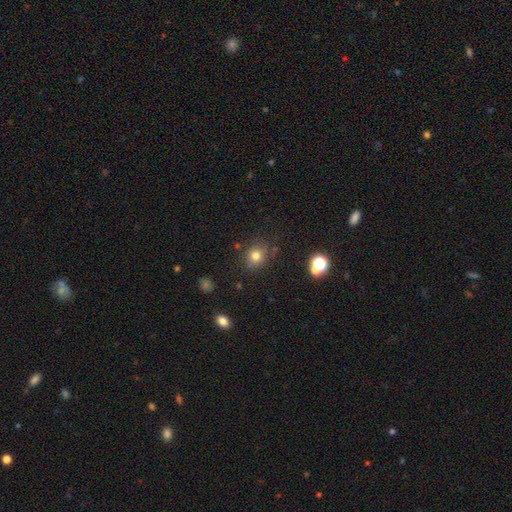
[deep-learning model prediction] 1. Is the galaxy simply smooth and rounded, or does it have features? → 76% smooth, 16% star or artifact, 8% featured or disk.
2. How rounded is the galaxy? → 81% round, 18% in between, 1% cigar-shaped.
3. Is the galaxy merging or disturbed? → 79% none, 12% minor disturbance, 4% merger, 4% major disturbance.